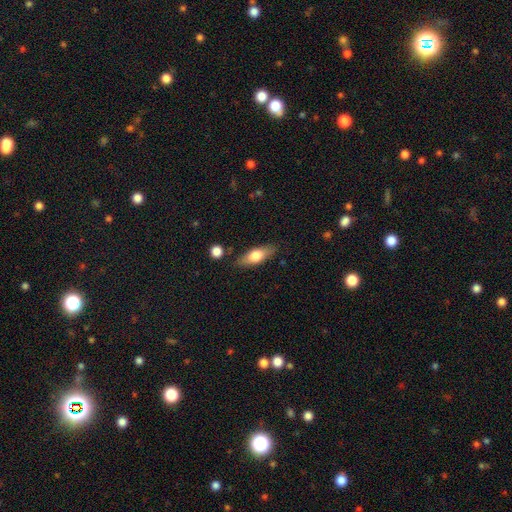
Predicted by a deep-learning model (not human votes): smooth 65%, featured or disk 28%, star or artifact 6%. Down the decision tree: how rounded — in between (67%); merging — none (81%).